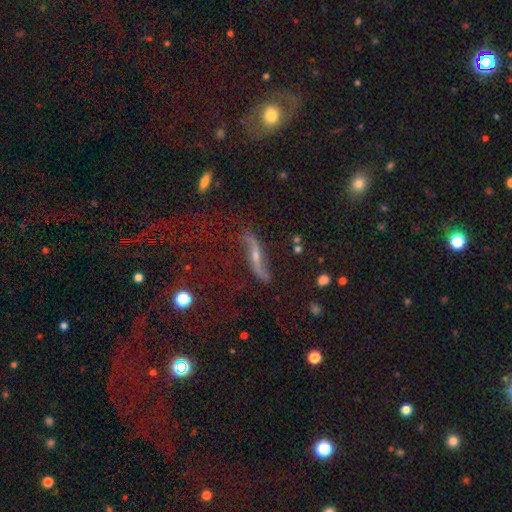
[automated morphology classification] featured or disk 63%, smooth 20%, star or artifact 17%. Down the decision tree: edge-on disk — yes (53%); merging — none (62%).